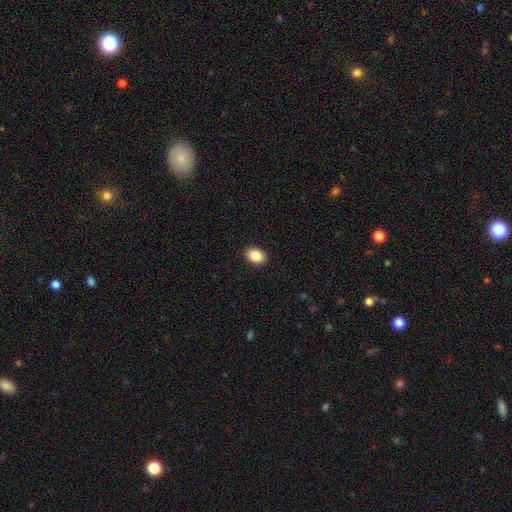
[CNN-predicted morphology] Q: Smooth or featured?
A: smooth (87%); runner-up: star or artifact (8%)
Q: How rounded?
A: in between (69%); runner-up: round (30%)
Q: Merging?
A: none (91%); runner-up: minor disturbance (6%)